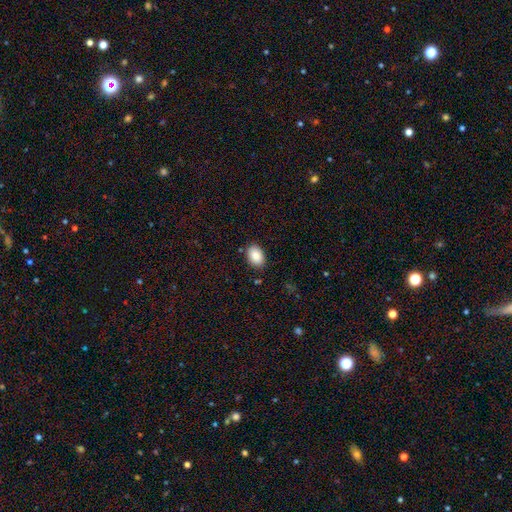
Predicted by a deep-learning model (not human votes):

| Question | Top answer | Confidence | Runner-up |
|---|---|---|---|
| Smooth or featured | smooth | 89% | star or artifact (7%) |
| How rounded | in between | 86% | round (13%) |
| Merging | none | 86% | minor disturbance (10%) |